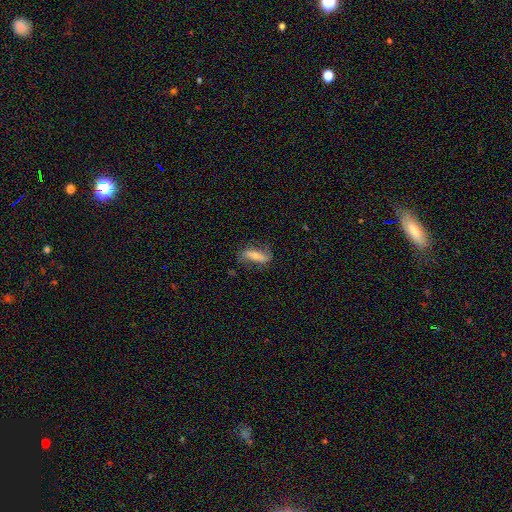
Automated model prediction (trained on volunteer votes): smooth-or-featured: smooth: 48% | featured or disk: 45% | star or artifact: 8%
  merging: none: 65% | minor disturbance: 22% | major disturbance: 11% | merger: 2%